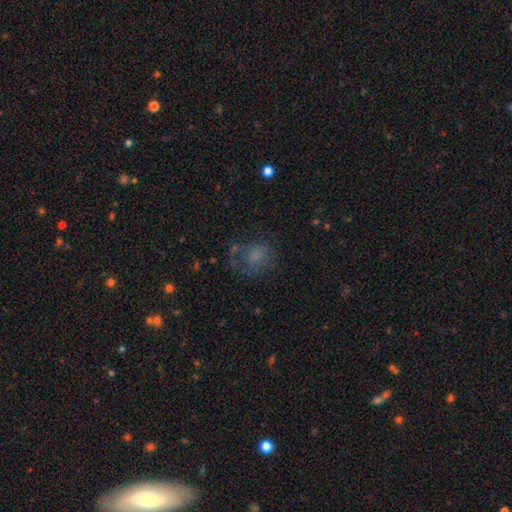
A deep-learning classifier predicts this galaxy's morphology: A smooth galaxy with no disk features (61%) that is round (60%).

Vote fractions:
- Smooth or featured? smooth: 61% / featured or disk: 23% / star or artifact: 16%
- How rounded? round: 60% / in between: 39% / cigar-shaped: 1%
- Merging? none: 47% / major disturbance: 27% / minor disturbance: 22% / merger: 4%